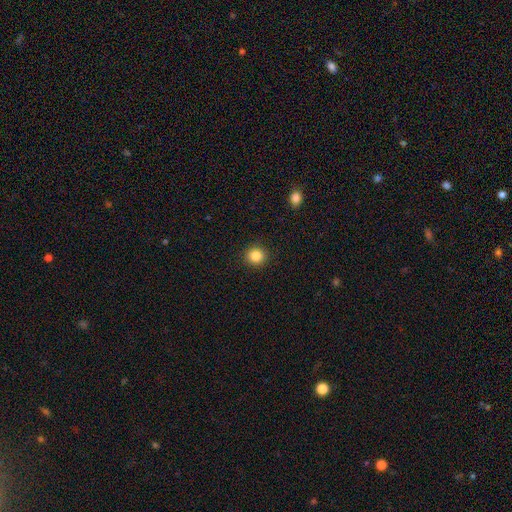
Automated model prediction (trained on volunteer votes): The model was most divided on "smooth or featured": smooth: 85%, star or artifact: 11%, featured or disk: 4%. More confident: merging — none (92%); how rounded — round (90%).